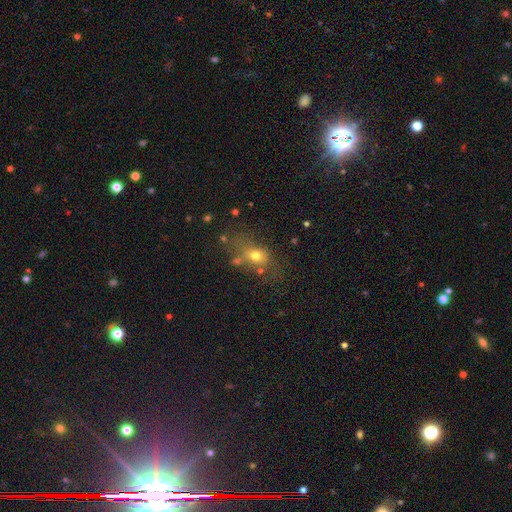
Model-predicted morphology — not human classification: Smooth or featured? smooth (69%)
How rounded? in between (54%)
Merging? none (54%)